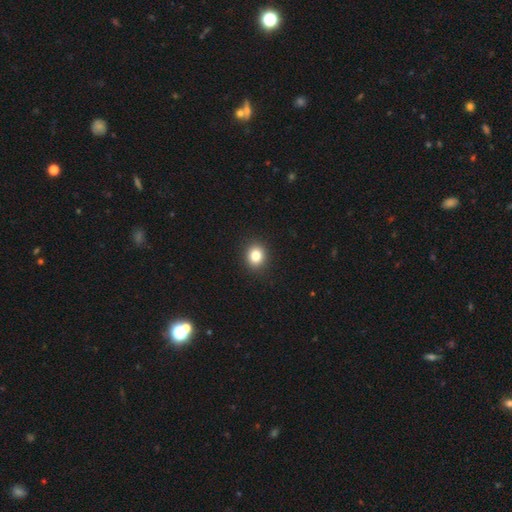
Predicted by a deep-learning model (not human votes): A smooth galaxy with no disk features (83%) that is round (72%). Merging: none (92%).